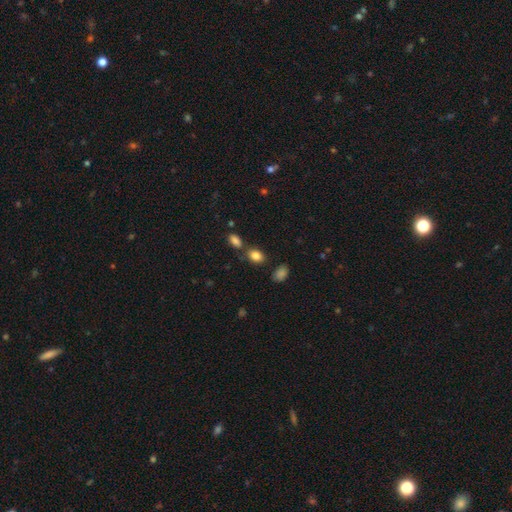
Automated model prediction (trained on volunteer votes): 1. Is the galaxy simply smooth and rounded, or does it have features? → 84% smooth, 10% star or artifact, 6% featured or disk.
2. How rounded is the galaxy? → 74% in between, 24% round, 2% cigar-shaped.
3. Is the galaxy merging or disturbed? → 69% none, 14% merger, 13% minor disturbance, 4% major disturbance.